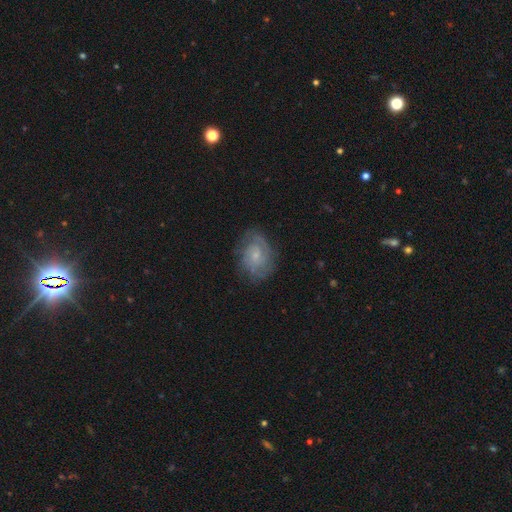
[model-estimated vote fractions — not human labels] The model was most divided on "spiral arm count": can't tell: 38%, 2: 37%, 3: 12%, 1: 5%, 4: 4%, more than 4: 4%. More confident: edge-on disk — no (97%); spiral arms — yes (86%); bar — no (74%); merging — none (71%); bulge size — small (68%); smooth or featured — featured or disk (65%); spiral winding — tight (54%).